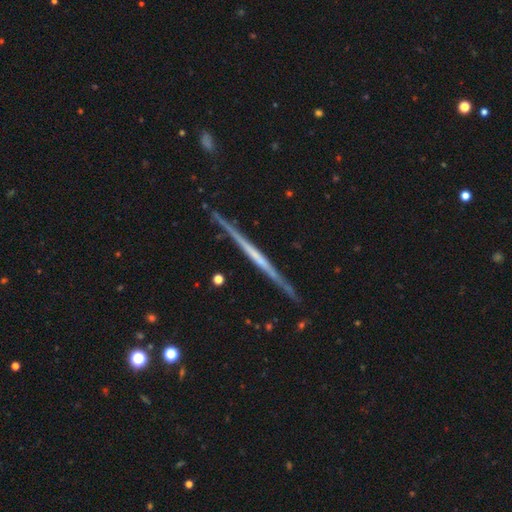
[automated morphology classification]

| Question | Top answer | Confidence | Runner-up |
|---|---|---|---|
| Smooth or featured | featured or disk | 75% | smooth (20%) |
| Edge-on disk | yes | 98% | no (2%) |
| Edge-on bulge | none | 82% | rounded (11%) |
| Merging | none | 89% | minor disturbance (8%) |